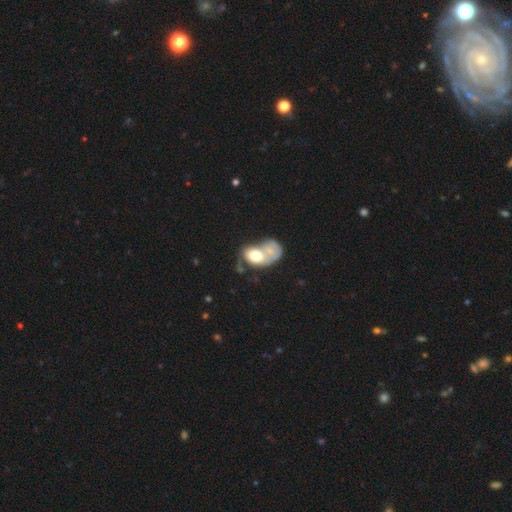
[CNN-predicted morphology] The model was most divided on "smooth or featured": smooth: 62%, featured or disk: 31%, star or artifact: 7%. More confident: how rounded — in between (79%); merging — merger (62%).